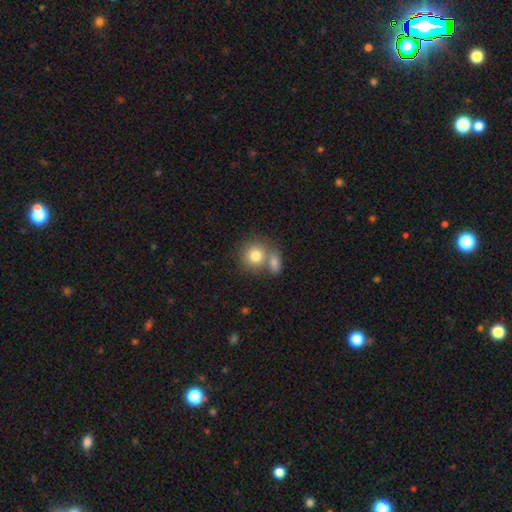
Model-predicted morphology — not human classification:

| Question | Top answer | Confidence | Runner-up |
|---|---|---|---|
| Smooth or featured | smooth | 79% | featured or disk (12%) |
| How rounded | round | 82% | in between (17%) |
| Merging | merger | 44% | tied: none (44%) |